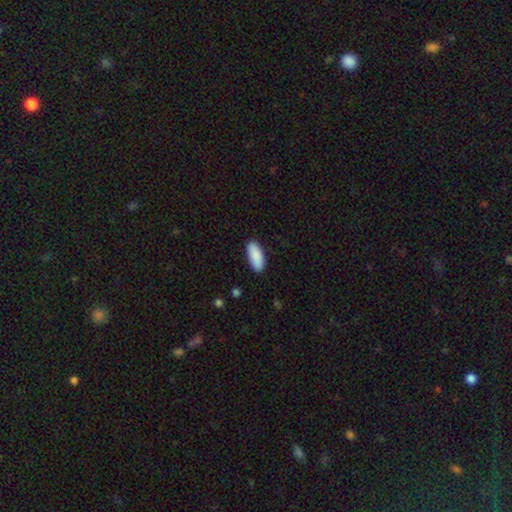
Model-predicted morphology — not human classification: This is clearly a smooth galaxy (89%). How rounded: clearly in between (83%). Merging: clearly none (88%).